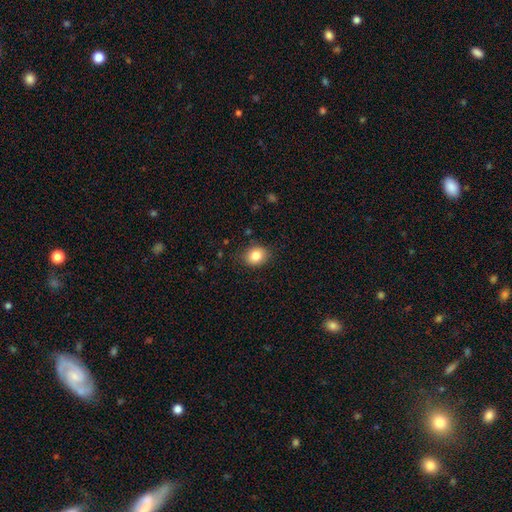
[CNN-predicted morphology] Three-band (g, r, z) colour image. It shows a smooth galaxy with no disk features (84%) that is round (59%). Merging: none (85%).